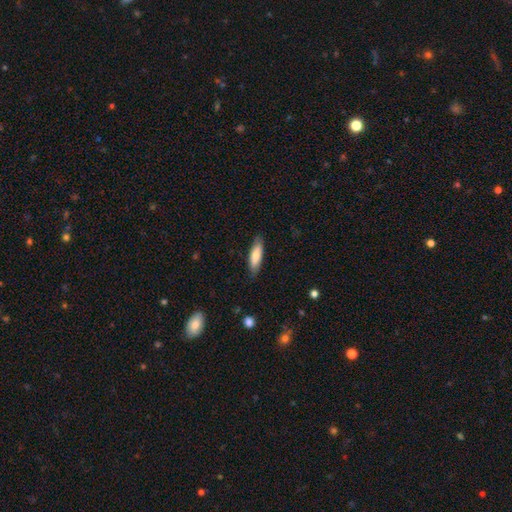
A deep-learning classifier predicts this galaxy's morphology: Smooth or featured? smooth (76%)
How rounded? cigar-shaped (57%)
Merging? none (85%)